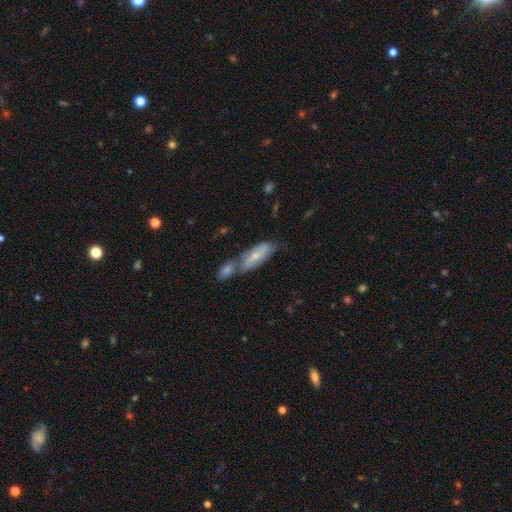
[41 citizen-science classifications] Smooth or featured? 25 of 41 (61%) said featured or disk. Edge-on disk? 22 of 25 (88%) said no. Bar? 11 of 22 (50%) said no. Spiral arms? 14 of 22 (64%) said yes. Spiral winding? 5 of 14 (36%, tied with loose) said medium. Spiral arm count? 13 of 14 (93%) said 2. Bulge size? 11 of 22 (50%) said small. Merging? 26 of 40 (65%) said merger.